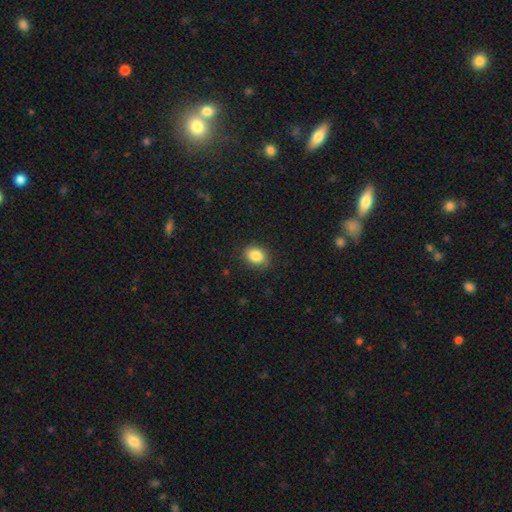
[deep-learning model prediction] Smooth or featured? smooth (86%)
How rounded? in between (69%)
Merging? none (85%)